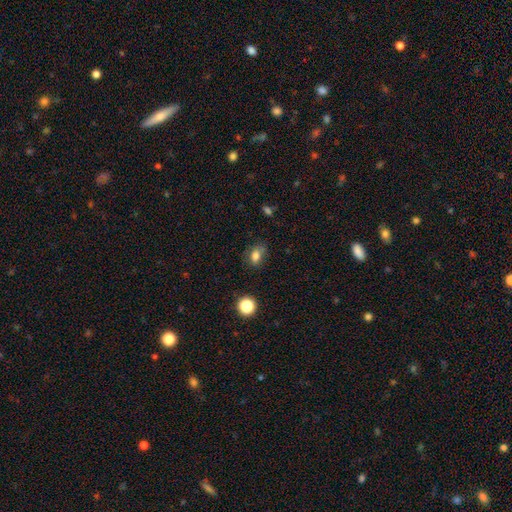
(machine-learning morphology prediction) This appears to be a smooth galaxy with no disk features (78%) that is in between round and cigar-shaped (72%). Merging: none (64%).